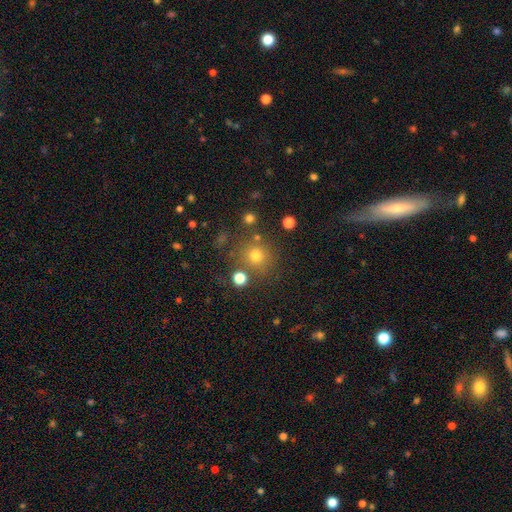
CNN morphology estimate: This is likely a smooth galaxy (73%). How rounded: clearly round (91%). Merging: likely none (78%).